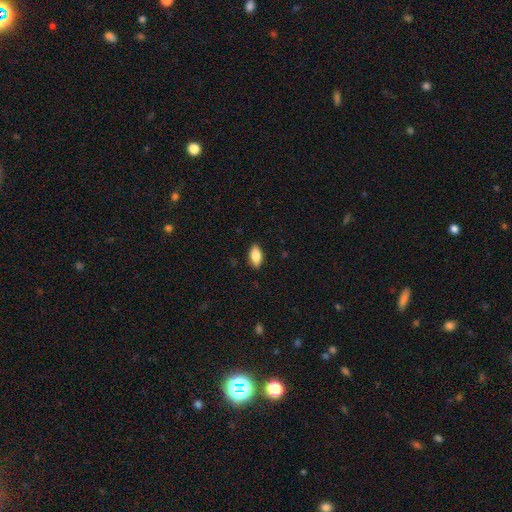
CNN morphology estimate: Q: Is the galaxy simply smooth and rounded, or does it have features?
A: smooth — 84%.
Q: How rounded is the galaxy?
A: in between — 90%.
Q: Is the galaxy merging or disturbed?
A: none — 88%.